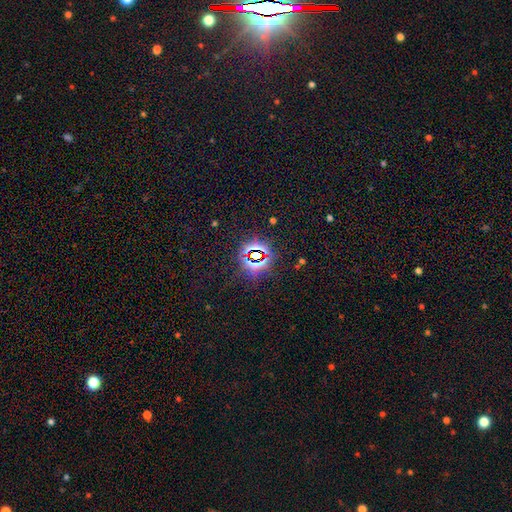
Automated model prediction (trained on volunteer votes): Q: Smooth or featured?
A: star or artifact (79%); runner-up: smooth (13%)